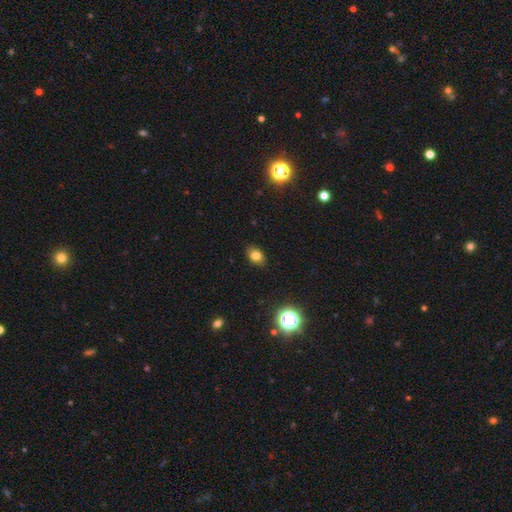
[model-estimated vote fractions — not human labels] This is likely a smooth galaxy (78%). How rounded: likely in between (75%). Merging: clearly none (86%).